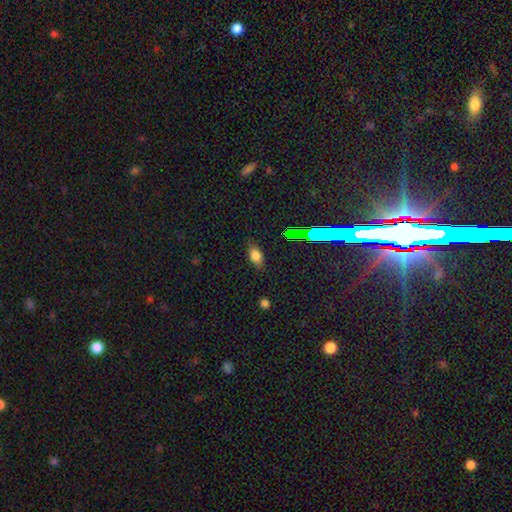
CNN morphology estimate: Smooth or featured? smooth (76%)
How rounded? in between (85%)
Merging? none (81%)